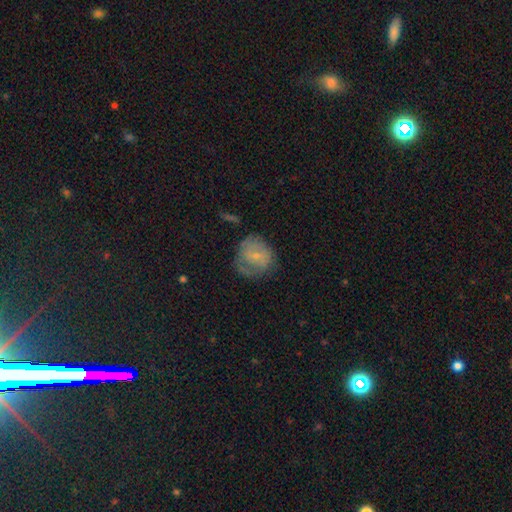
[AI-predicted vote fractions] This appears to be a smooth galaxy with no disk features (52%) that is round (78%). Merging: none (51%).